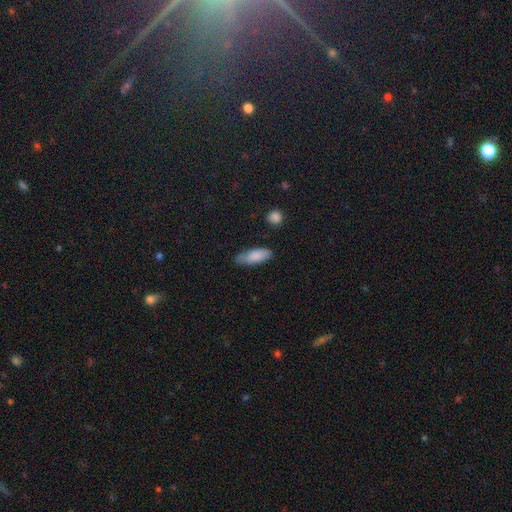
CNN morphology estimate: A smooth galaxy with no disk features (84%) that is in between round and cigar-shaped (66%).

Vote fractions:
- Smooth or featured? smooth: 84% / featured or disk: 10% / star or artifact: 6%
- How rounded? in between: 66% / cigar-shaped: 32% / round: 2%
- Merging? none: 73% / minor disturbance: 21% / major disturbance: 4% / merger: 2%